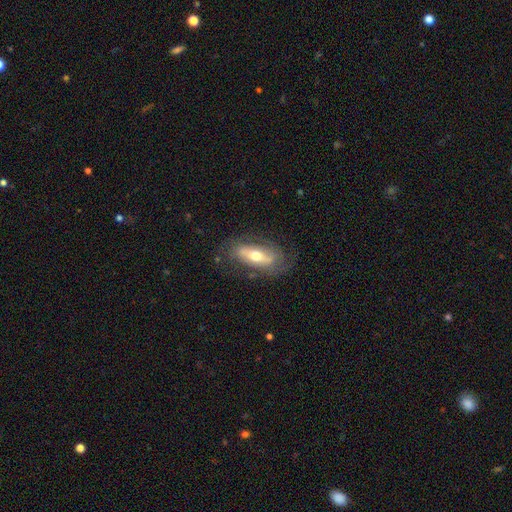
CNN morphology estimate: smooth_or_featured: featured or disk (p=0.52) [alt: smooth p=0.42]
disk_edge_on: no (p=0.75) [alt: yes p=0.25]
merging: none (p=0.69) [alt: minor disturbance p=0.19]